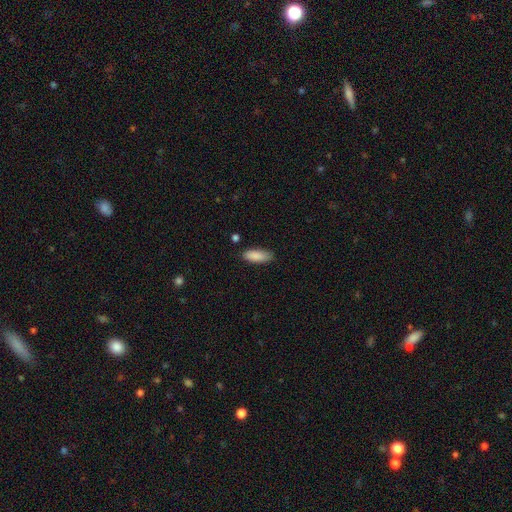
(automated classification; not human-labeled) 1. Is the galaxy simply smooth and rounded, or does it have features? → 88% smooth, 6% star or artifact, 5% featured or disk.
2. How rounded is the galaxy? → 71% in between, 27% cigar-shaped, 2% round.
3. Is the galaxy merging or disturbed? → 80% none, 15% minor disturbance, 3% major disturbance, 2% merger.